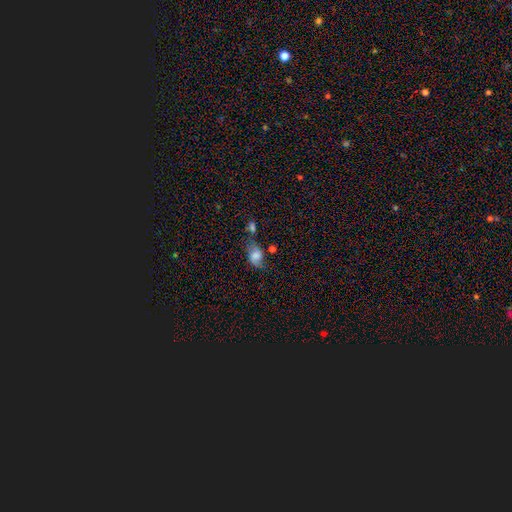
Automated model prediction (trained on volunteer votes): Smooth or featured?
  - smooth: 59% *
  - featured or disk: 29%
  - star or artifact: 12%
How rounded?
  - in between: 77% *
  - round: 20%
  - cigar-shaped: 2%
Merging?
  - none: 41% *
  - minor disturbance: 26%
  - merger: 18%
  - major disturbance: 15%